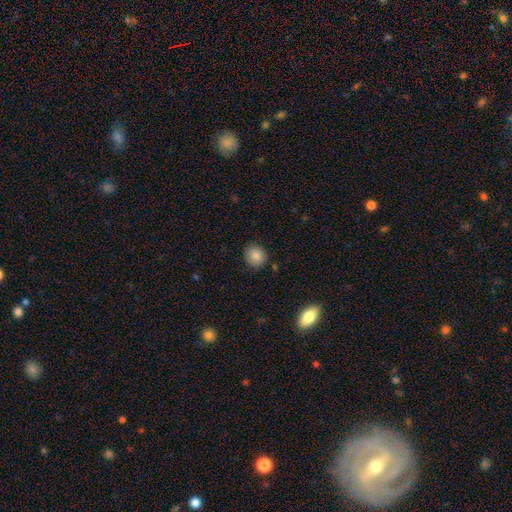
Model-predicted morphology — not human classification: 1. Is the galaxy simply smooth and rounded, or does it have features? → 85% smooth, 9% star or artifact, 6% featured or disk.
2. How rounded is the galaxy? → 85% round, 14% in between, 1% cigar-shaped.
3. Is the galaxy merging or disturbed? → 86% none, 10% minor disturbance, 2% major disturbance, 1% merger.